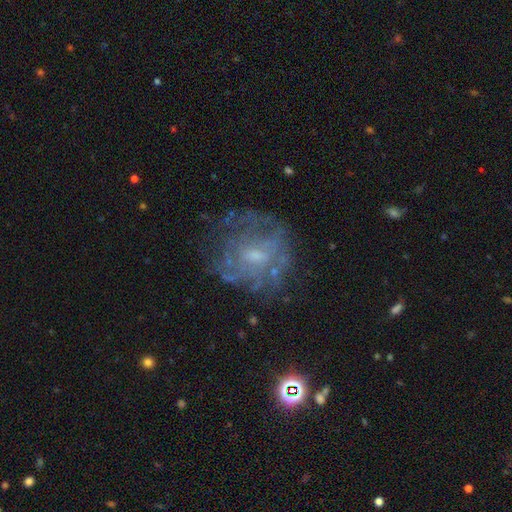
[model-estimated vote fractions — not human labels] The model was most divided on "spiral arms": no: 57%, yes: 43%. More confident: edge-on disk — no (97%); merging — none (63%); smooth or featured — featured or disk (63%); bar — no (62%); bulge size — small (51%).